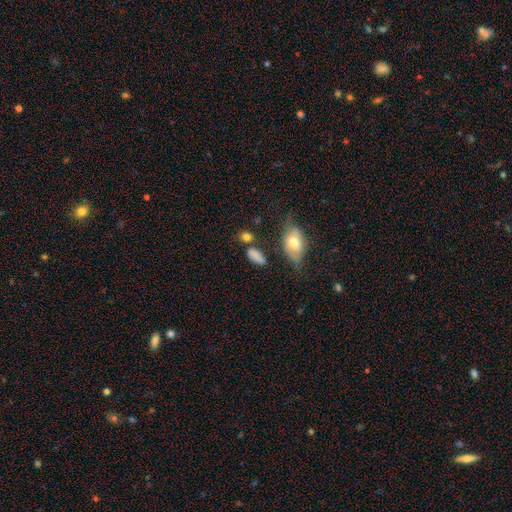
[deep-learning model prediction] Smooth or featured: smooth — 79% (featured or disk — 11%)
How rounded: in between — 82% (cigar-shaped — 9%)
Merging: none — 61% (minor disturbance — 22%)